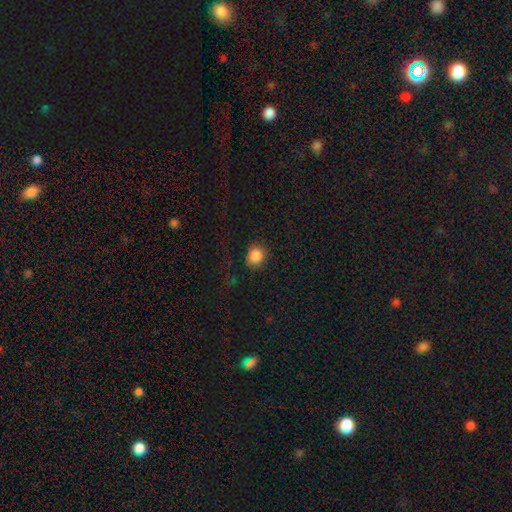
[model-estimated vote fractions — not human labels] This appears to be a smooth galaxy with no disk features (85%) that is round (78%). Merging: none (79%).